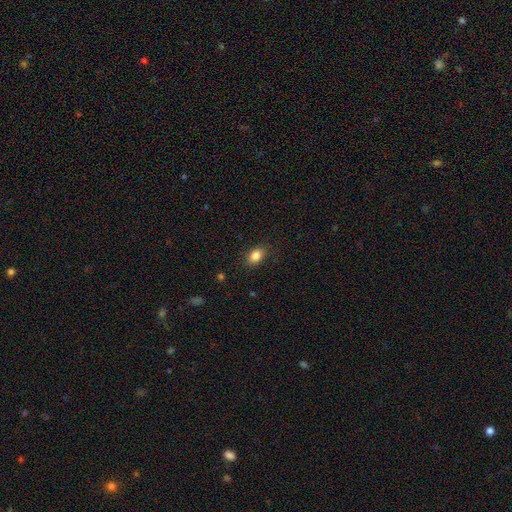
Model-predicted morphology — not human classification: This appears to be a smooth galaxy with no disk features (85%) that is in between round and cigar-shaped (79%). Merging: none (86%).